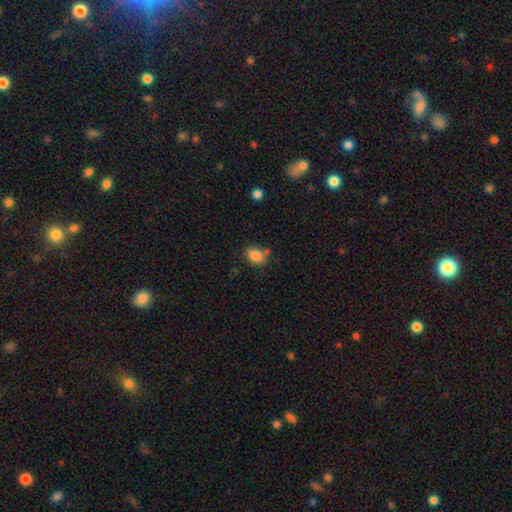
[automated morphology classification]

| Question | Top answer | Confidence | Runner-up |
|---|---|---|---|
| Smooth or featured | smooth | 85% | star or artifact (9%) |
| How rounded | in between | 64% | round (35%) |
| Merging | none | 74% | minor disturbance (14%) |